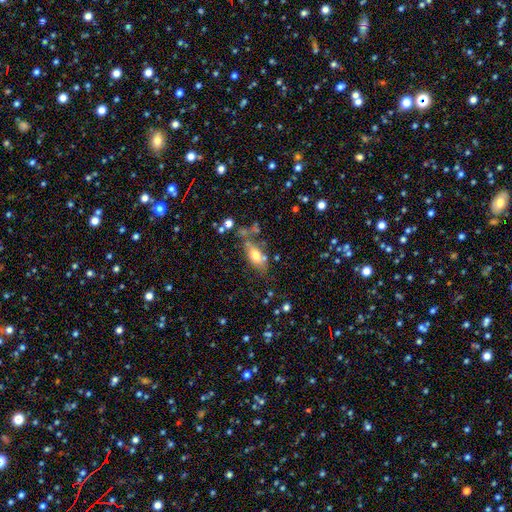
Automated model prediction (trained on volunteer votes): Q: Smooth or featured?
A: smooth (66%); runner-up: featured or disk (25%)
Q: How rounded?
A: in between (85%); runner-up: cigar-shaped (8%)
Q: Merging?
A: none (53%); runner-up: minor disturbance (22%)